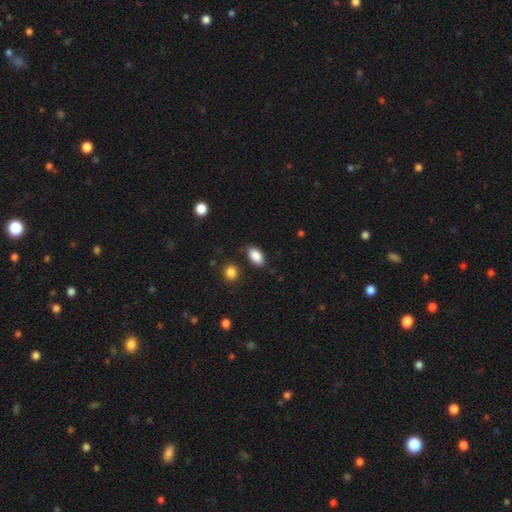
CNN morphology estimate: A smooth galaxy with no disk features (87%) that is in between round and cigar-shaped (89%). Merging: none (80%).